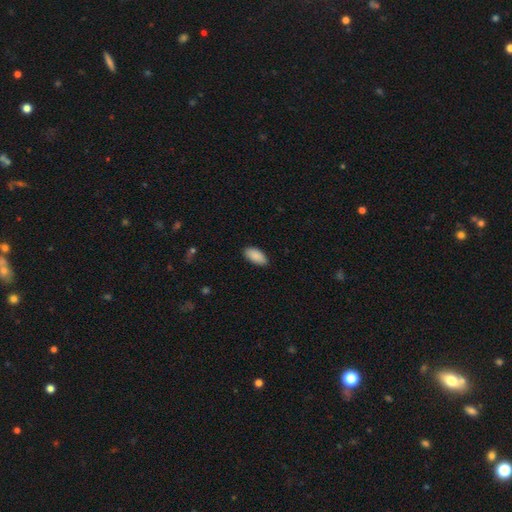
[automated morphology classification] Smooth or featured?
  - smooth: 90% *
  - star or artifact: 6%
  - featured or disk: 4%
How rounded?
  - in between: 93% *
  - cigar-shaped: 5%
  - round: 2%
Merging?
  - none: 88% *
  - minor disturbance: 9%
  - major disturbance: 2%
  - merger: 1%